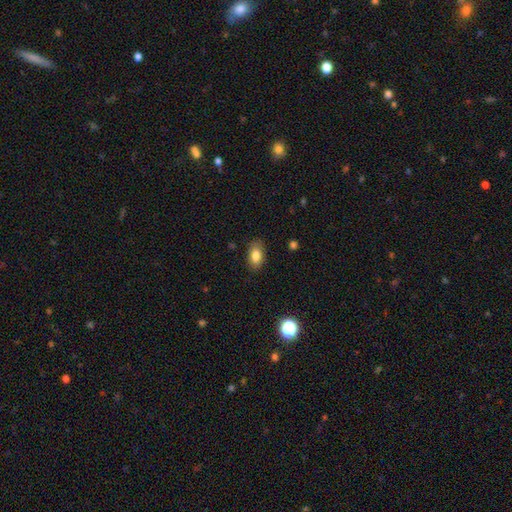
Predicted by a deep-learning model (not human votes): Q: Smooth or featured?
A: smooth (82%); runner-up: featured or disk (9%)
Q: How rounded?
A: in between (89%); runner-up: round (8%)
Q: Merging?
A: none (84%); runner-up: minor disturbance (12%)